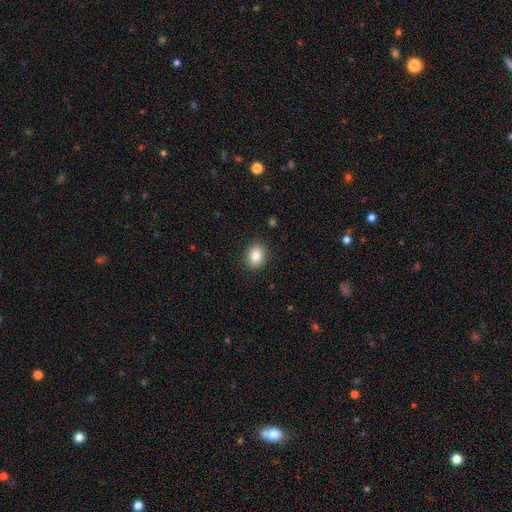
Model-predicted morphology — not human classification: type=smooth (83%); roundness=round (51%); merging=none (89%).